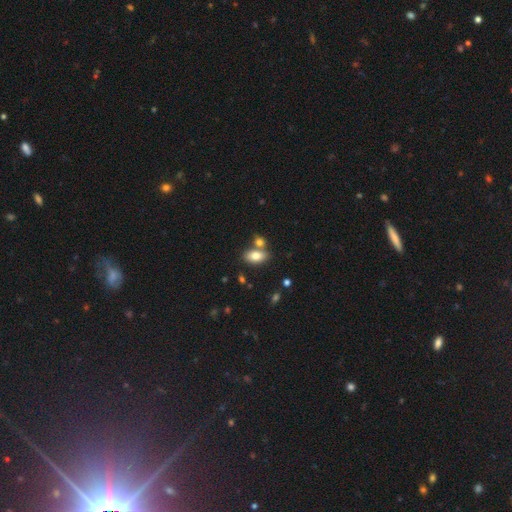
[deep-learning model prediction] smooth-or-featured: smooth: 79% | featured or disk: 13% | star or artifact: 8%
  how-rounded: in between: 90% | round: 6% | cigar-shaped: 4%
  merging: none: 58% | merger: 28% | minor disturbance: 11% | major disturbance: 3%